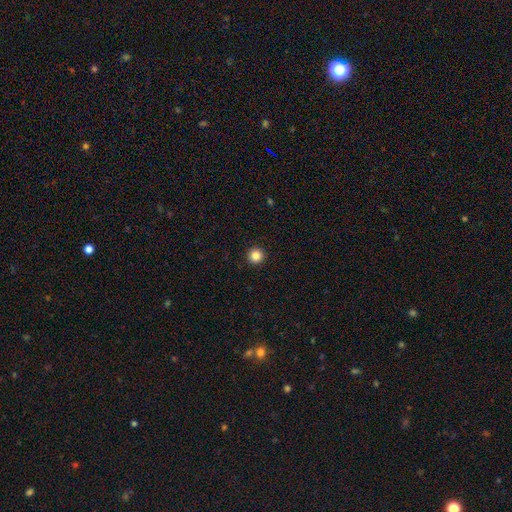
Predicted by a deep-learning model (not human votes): Smooth or featured: smooth — 85% (star or artifact — 11%)
How rounded: round — 96% (in between — 3%)
Merging: none — 94% (minor disturbance — 4%)